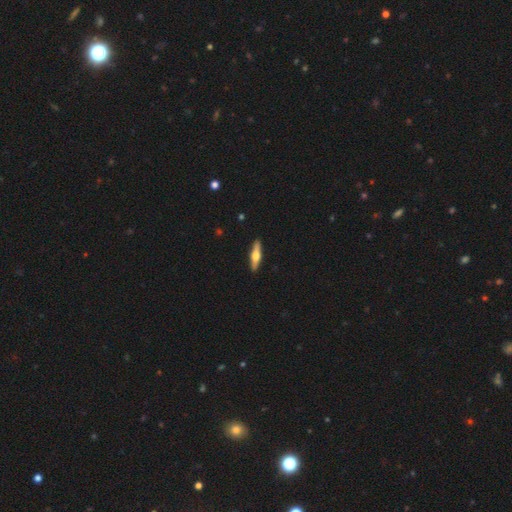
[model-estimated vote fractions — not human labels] Overall: featured or disk (55%; smooth 40%). Edge-on disk: yes (94%). Edge-on bulge: rounded (94%). Merging: none (91%).